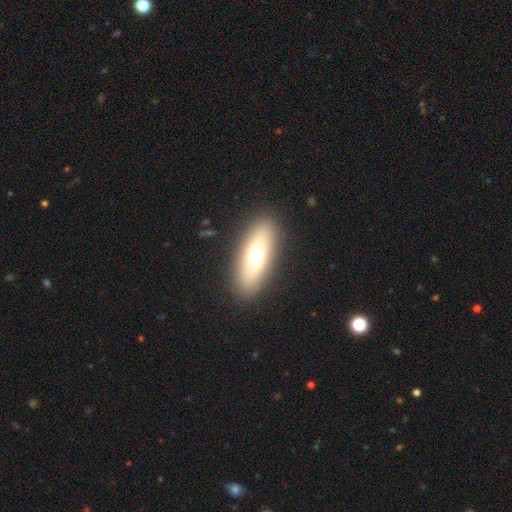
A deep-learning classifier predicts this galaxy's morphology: smooth_or_featured: smooth (p=0.61) [alt: featured or disk p=0.28]
how_rounded: in between (p=0.71) [alt: cigar-shaped p=0.22]
merging: none (p=0.88) [alt: minor disturbance p=0.08]